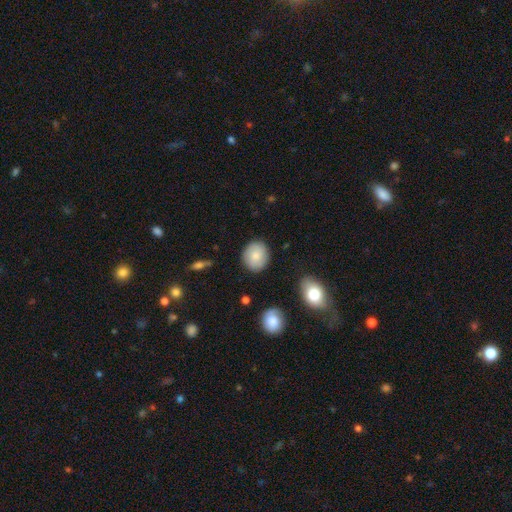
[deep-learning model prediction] Smooth or featured? Predicted: smooth (p=0.80). How rounded? Predicted: round (p=0.72). Merging? Predicted: none (p=0.87).